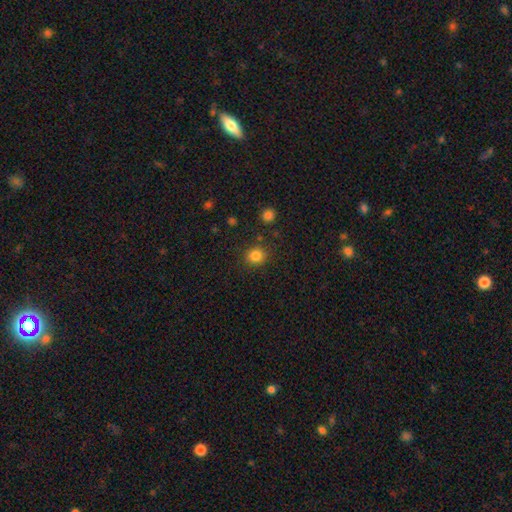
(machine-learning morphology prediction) This appears to be a smooth galaxy with no disk features (83%) that is round (86%). Merging: none (86%).